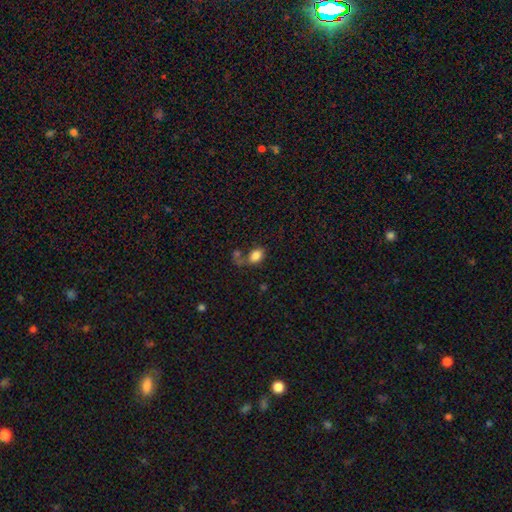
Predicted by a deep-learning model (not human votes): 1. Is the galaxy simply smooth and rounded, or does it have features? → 81% smooth, 10% featured or disk, 9% star or artifact.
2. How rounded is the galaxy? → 79% in between, 20% round, 1% cigar-shaped.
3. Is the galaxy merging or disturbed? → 39% none, 29% merger, 16% minor disturbance, 15% major disturbance.